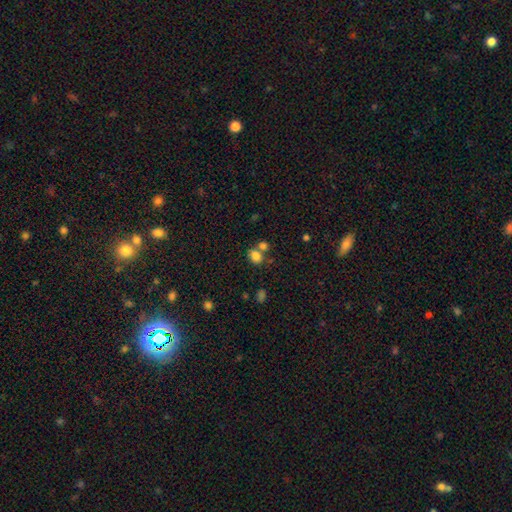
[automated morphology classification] smooth-or-featured: smooth: 81% | star or artifact: 12% | featured or disk: 7%
  how-rounded: round: 60% | in between: 39% | cigar-shaped: 1%
  merging: none: 50% | merger: 36% | minor disturbance: 10% | major disturbance: 4%